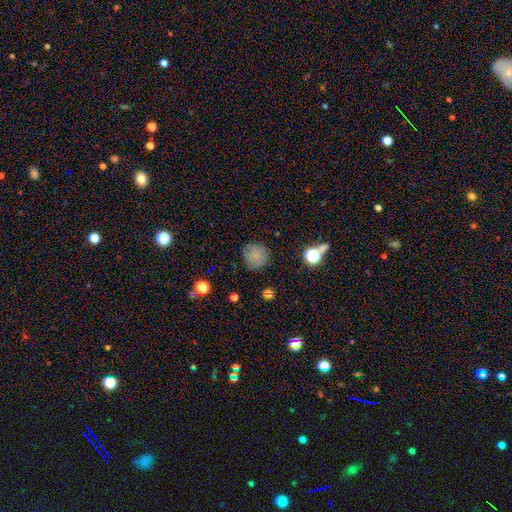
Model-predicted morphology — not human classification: This is likely a smooth galaxy (78%). How rounded: clearly round (93%). Merging: clearly none (82%).